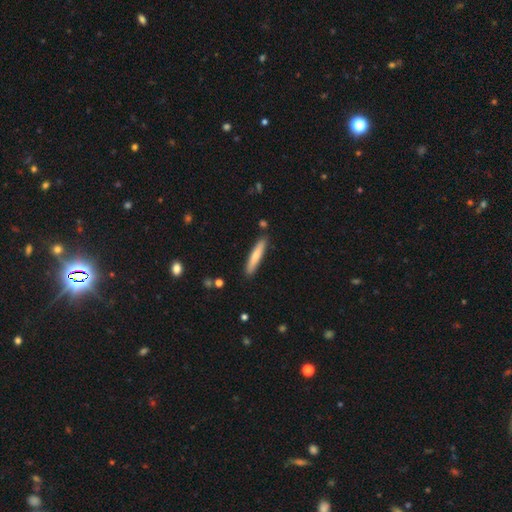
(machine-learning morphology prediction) smooth_or_featured: smooth (p=0.70) [alt: featured or disk p=0.25]
how_rounded: cigar-shaped (p=0.90) [alt: in between p=0.08]
merging: none (p=0.88) [alt: minor disturbance p=0.08]